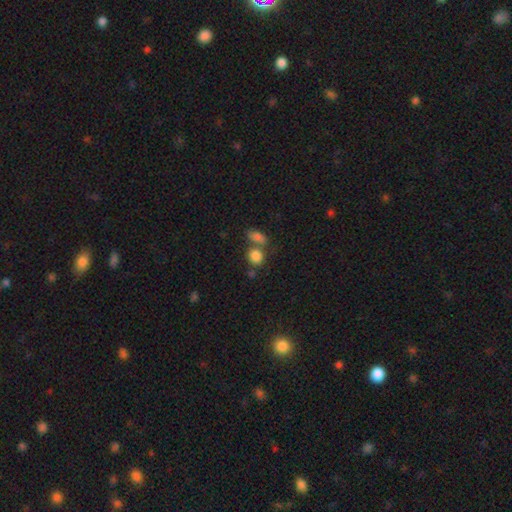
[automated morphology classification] Q: Smooth or featured?
A: smooth (84%); runner-up: star or artifact (9%)
Q: How rounded?
A: round (62%); runner-up: in between (36%)
Q: Merging?
A: none (47%); runner-up: merger (38%)